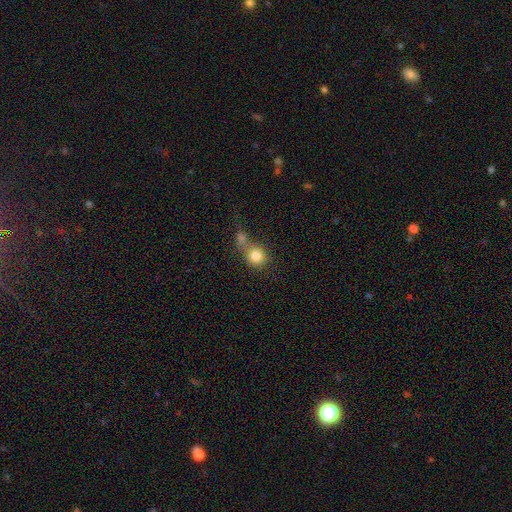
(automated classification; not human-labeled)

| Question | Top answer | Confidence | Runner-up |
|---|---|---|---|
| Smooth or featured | smooth | 82% | star or artifact (10%) |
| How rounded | round | 86% | in between (13%) |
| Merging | merger | 49% | none (36%) |